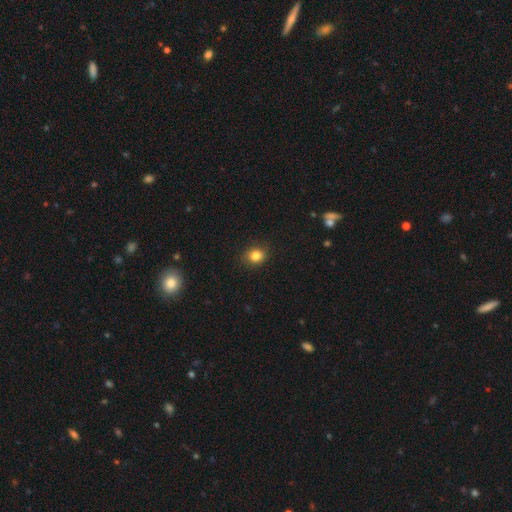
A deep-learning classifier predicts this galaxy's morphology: Smooth or featured? Predicted: smooth (p=0.83). How rounded? Predicted: round (p=0.70). Merging? Predicted: none (p=0.88).